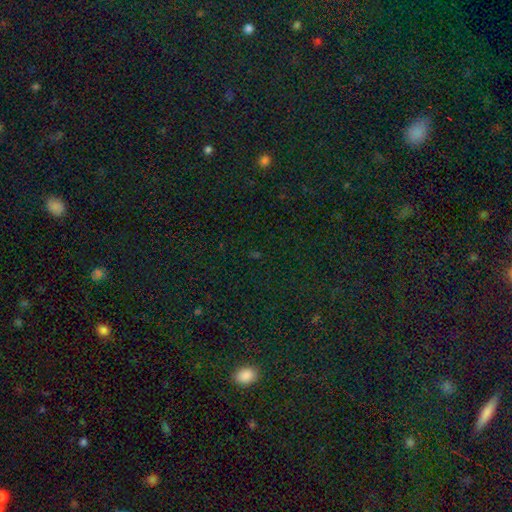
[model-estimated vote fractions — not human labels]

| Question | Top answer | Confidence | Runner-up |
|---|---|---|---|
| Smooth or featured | star or artifact | 70% | smooth (22%) |